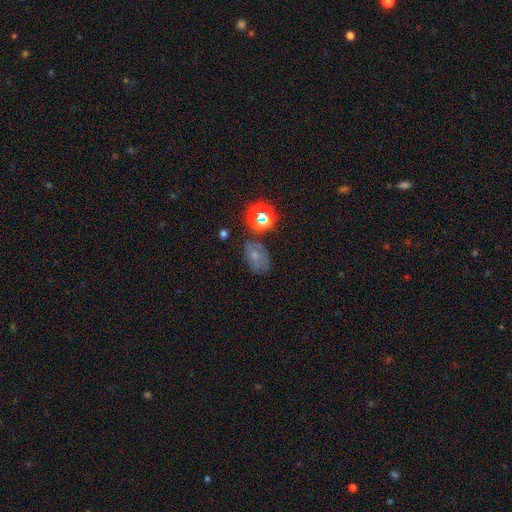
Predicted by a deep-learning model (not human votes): The model was most divided on "smooth or featured": smooth: 43%, star or artifact: 31%, featured or disk: 26%. More confident: merging — none (64%).